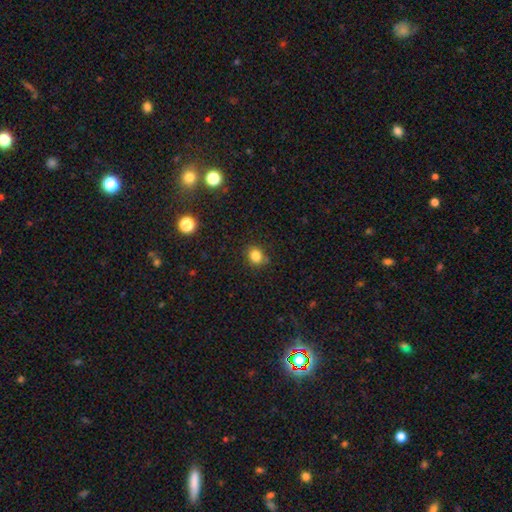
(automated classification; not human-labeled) smooth_or_featured: smooth (p=0.82) [alt: star or artifact p=0.12]
how_rounded: round (p=0.64) [alt: in between p=0.35]
merging: none (p=0.80) [alt: minor disturbance p=0.15]